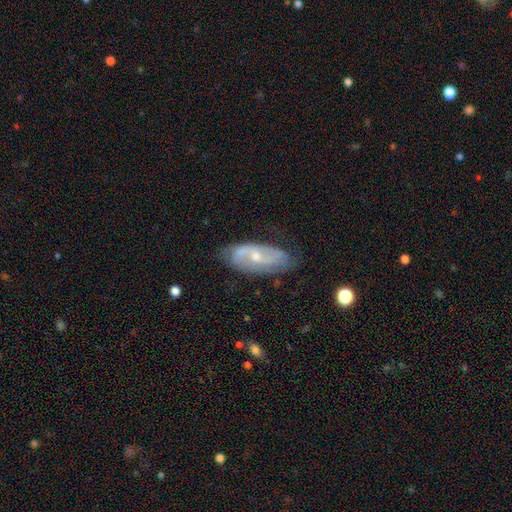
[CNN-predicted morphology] smooth_or_featured: featured or disk (p=0.73) [alt: smooth p=0.20]
disk_edge_on: no (p=0.90) [alt: yes p=0.10]
bar: weak (p=0.43) [tied with: no p=0.43]
has_spiral_arms: yes (p=0.87) [alt: no p=0.13]
spiral_winding: medium (p=0.42) [alt: loose p=0.33]
spiral_arm_count: 2 (p=0.76) [alt: can't tell p=0.16]
bulge_size: small (p=0.55) [alt: moderate p=0.41]
merging: none (p=0.71) [alt: minor disturbance p=0.22]